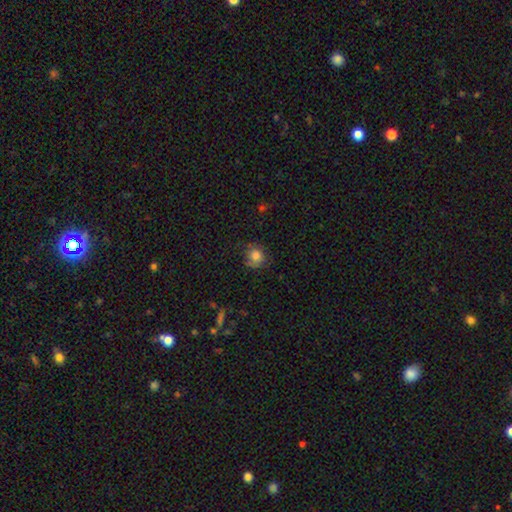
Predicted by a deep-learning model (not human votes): Morphology: type=smooth (79%); roundness=round (83%); merging=none (69%).